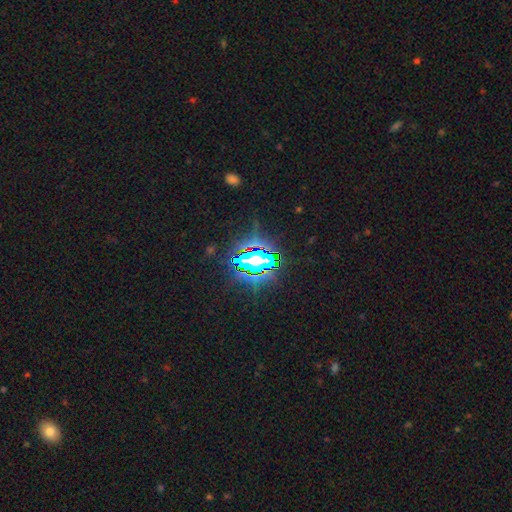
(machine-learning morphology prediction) This is likely a star or artifact rather than a galaxy (79%).